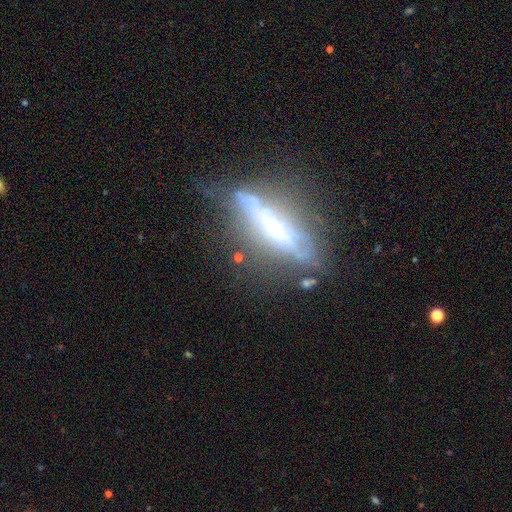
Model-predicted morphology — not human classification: A featured or disk galaxy (70%) viewed edge-on (80%) with no central bulge (41%). Merging: none (67%).